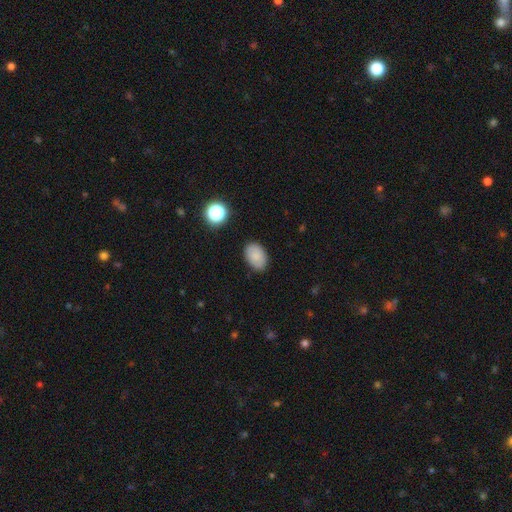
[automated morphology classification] Smooth or featured? Predicted: smooth (p=0.82). How rounded? Predicted: in between (p=0.85). Merging? Predicted: none (p=0.84).